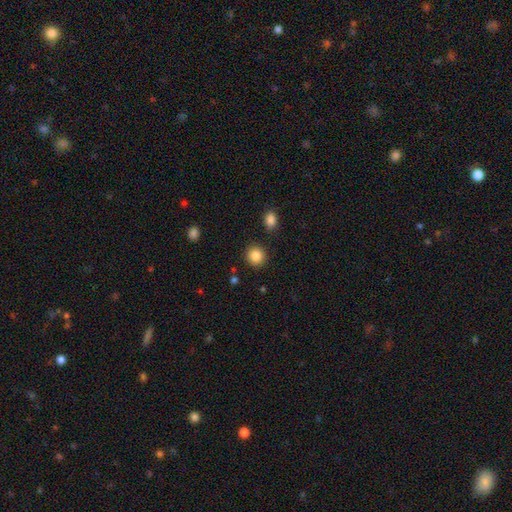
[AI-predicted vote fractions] smooth-or-featured: smooth: 86% | star or artifact: 9% | featured or disk: 4%
  how-rounded: round: 91% | in between: 8% | cigar-shaped: 1%
  merging: none: 89% | minor disturbance: 6% | merger: 2% | major disturbance: 2%